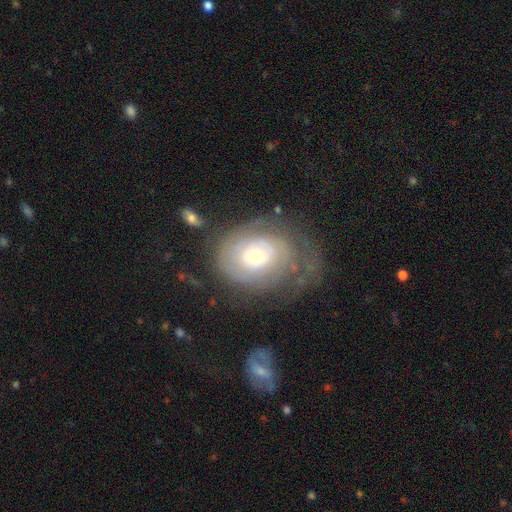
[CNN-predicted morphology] featured or disk 69%, smooth 24%, star or artifact 7%. Down the decision tree: edge-on disk — no (96%); bar — no (81%); spiral arms — yes (75%); bulge size — moderate (52%); merging — none (50%).